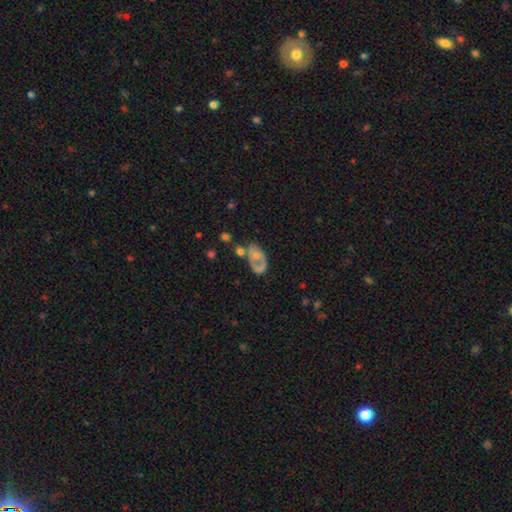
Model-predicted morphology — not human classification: Overall: featured or disk (48%; smooth 44%). Merging: none (34%; major disturbance 24%).